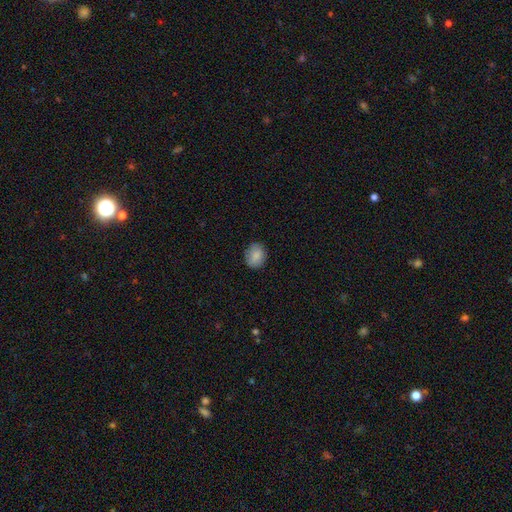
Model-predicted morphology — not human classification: Q: Smooth or featured?
A: smooth (86%); runner-up: star or artifact (8%)
Q: How rounded?
A: round (56%); runner-up: in between (43%)
Q: Merging?
A: none (85%); runner-up: minor disturbance (11%)